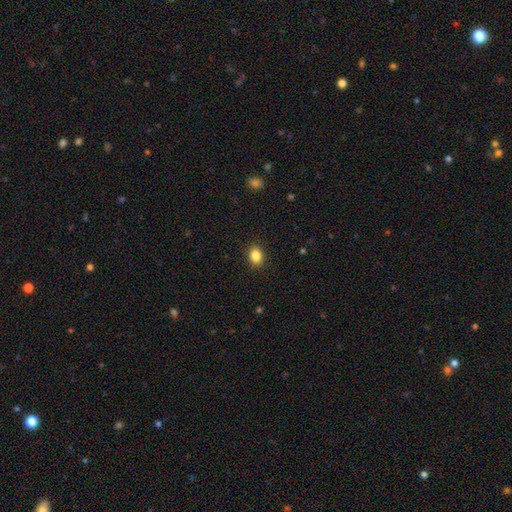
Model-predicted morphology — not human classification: This is clearly a smooth galaxy (86%). How rounded: likely in between (68%). Merging: clearly none (90%).